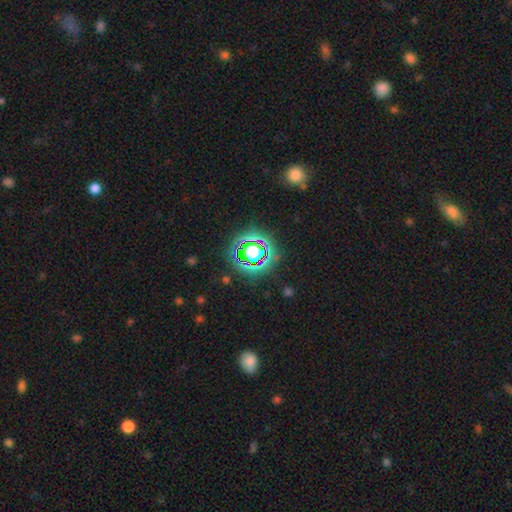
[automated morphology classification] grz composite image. It shows a star or artifact, not a galaxy (62%).